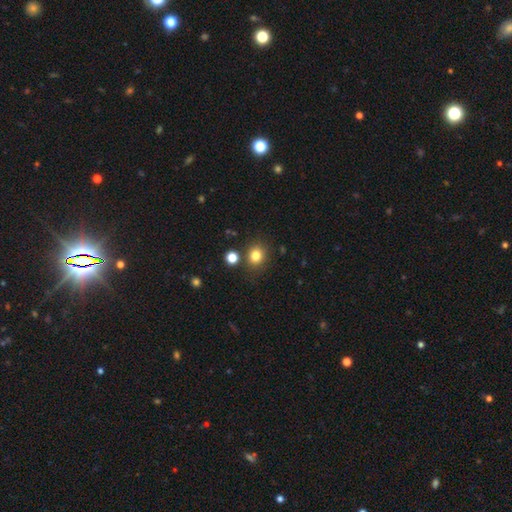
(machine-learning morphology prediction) This is clearly a smooth galaxy (81%). How rounded: likely round (78%). Merging: clearly none (82%).